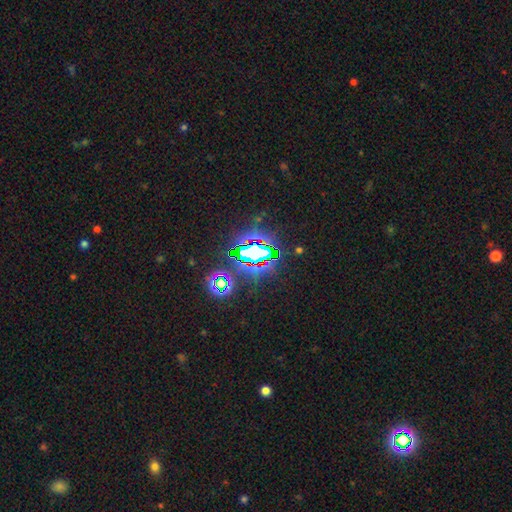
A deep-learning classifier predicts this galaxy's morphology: Smooth or featured?
  - star or artifact: 74% *
  - smooth: 14%
  - featured or disk: 11%